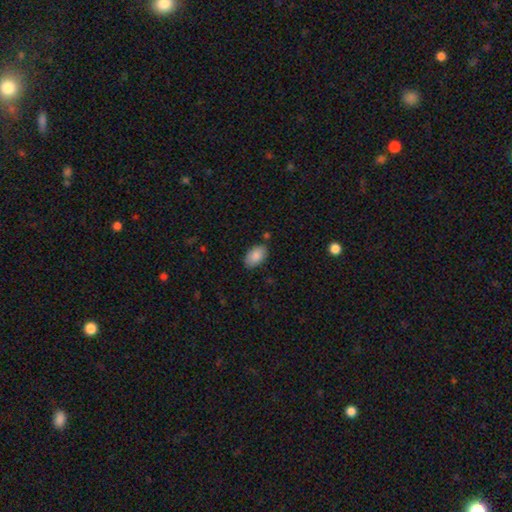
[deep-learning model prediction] smooth-or-featured: smooth: 88% | star or artifact: 7% | featured or disk: 6%
  how-rounded: in between: 94% | round: 5% | cigar-shaped: 1%
  merging: none: 82% | minor disturbance: 12% | merger: 3% | major disturbance: 3%